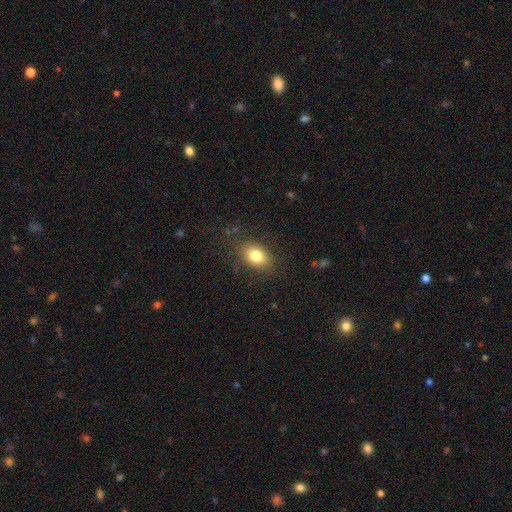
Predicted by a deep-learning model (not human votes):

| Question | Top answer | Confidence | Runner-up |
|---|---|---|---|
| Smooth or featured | smooth | 79% | featured or disk (11%) |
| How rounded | in between | 81% | round (18%) |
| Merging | none | 83% | minor disturbance (12%) |